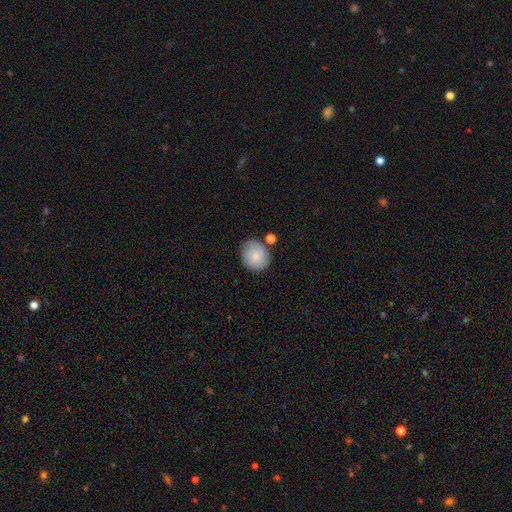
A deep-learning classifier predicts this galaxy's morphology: Overall: smooth (80%). How rounded: round (82%). Merging: none (72%).